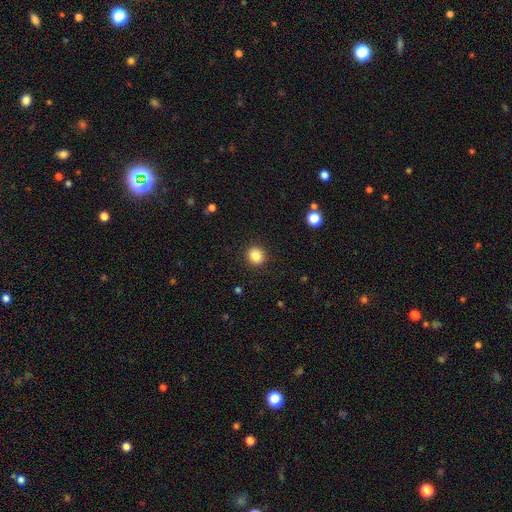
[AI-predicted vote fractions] A smooth galaxy with no disk features (85%) that is round (87%). Merging: none (91%).